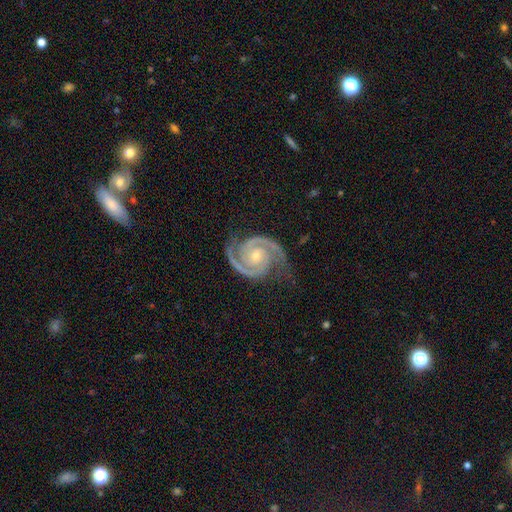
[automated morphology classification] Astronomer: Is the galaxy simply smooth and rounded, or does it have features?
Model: featured or disk — 94%.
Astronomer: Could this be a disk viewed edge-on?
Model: no — 98%.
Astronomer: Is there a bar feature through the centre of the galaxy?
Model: no — 69%.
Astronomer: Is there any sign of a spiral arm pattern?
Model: yes — 99%.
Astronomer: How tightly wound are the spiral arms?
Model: tight — 55% (runner-up: medium, 40%).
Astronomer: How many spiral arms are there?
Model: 2 — 93%.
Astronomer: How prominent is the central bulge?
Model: small — 50% (runner-up: moderate, 45%).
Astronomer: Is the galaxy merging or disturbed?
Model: none — 79%.